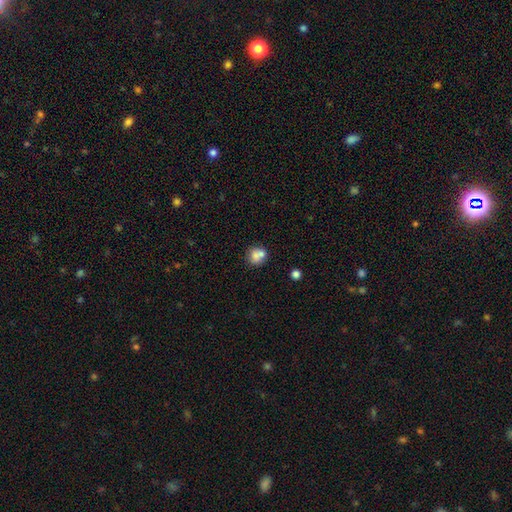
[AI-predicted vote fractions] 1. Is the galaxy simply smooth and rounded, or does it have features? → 74% smooth, 16% featured or disk, 10% star or artifact.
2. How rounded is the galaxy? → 80% round, 19% in between, 1% cigar-shaped.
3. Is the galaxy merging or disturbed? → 49% none, 37% merger, 11% minor disturbance, 4% major disturbance.